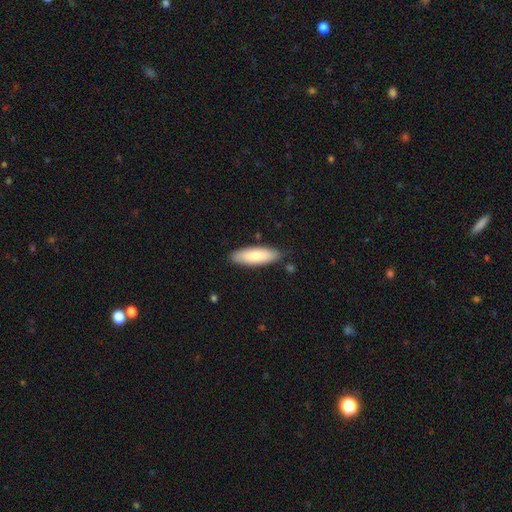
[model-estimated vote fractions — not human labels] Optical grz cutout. It shows a smooth galaxy with no disk features (77%) that is in between round and cigar-shaped (61%). Merging: none (84%).